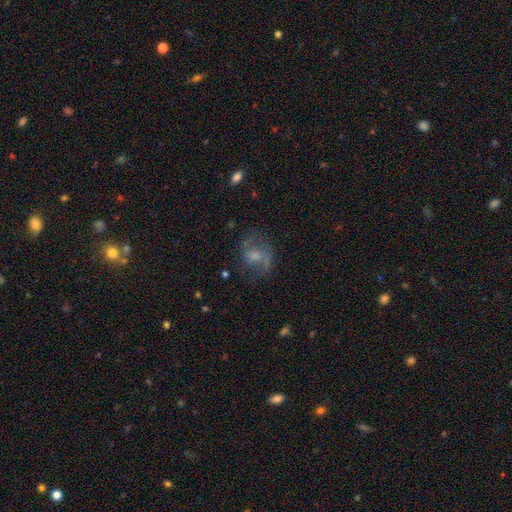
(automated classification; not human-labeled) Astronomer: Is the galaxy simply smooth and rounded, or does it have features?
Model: featured or disk — 55% (runner-up: smooth, 33%).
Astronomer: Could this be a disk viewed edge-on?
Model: no — 97%.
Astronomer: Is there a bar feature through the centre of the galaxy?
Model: no — 58% (runner-up: weak, 35%).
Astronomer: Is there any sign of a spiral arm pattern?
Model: yes — 72%.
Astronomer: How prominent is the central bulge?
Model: moderate — 38% (runner-up: small, 32%).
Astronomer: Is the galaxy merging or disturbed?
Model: none — 56%.